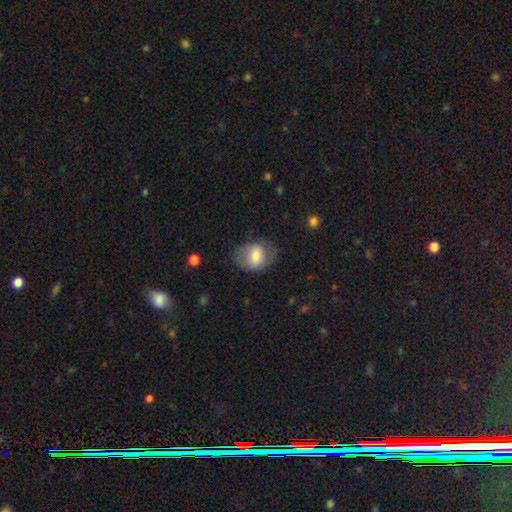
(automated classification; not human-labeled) Q: Smooth or featured?
A: smooth (68%); runner-up: featured or disk (24%)
Q: How rounded?
A: in between (56%); runner-up: round (43%)
Q: Merging?
A: none (64%); runner-up: minor disturbance (22%)